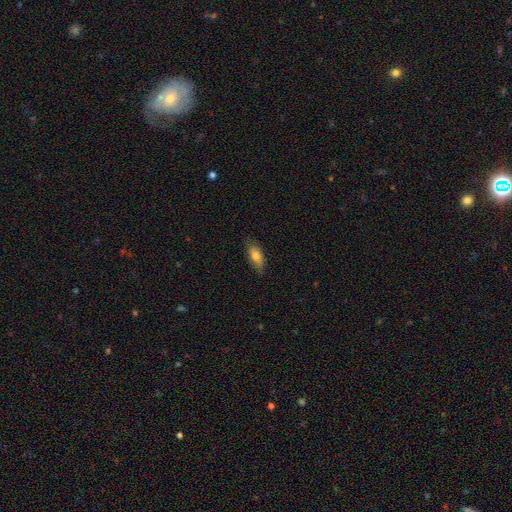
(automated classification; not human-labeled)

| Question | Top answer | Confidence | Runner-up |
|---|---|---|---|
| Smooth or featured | smooth | 76% | featured or disk (17%) |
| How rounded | in between | 81% | cigar-shaped (16%) |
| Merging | none | 78% | minor disturbance (18%) |